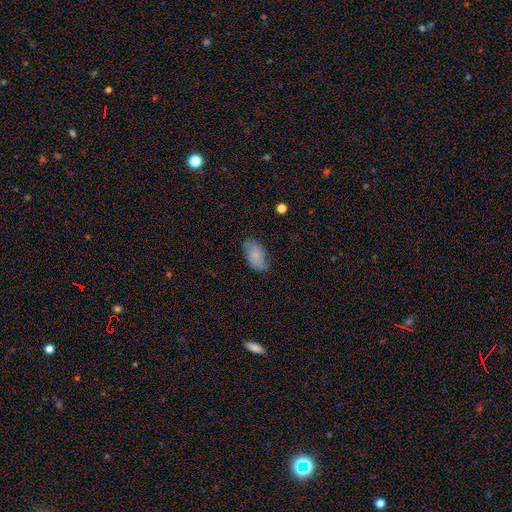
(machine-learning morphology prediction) Overall: smooth (77%). How rounded: in between (94%). Merging: none (70%).